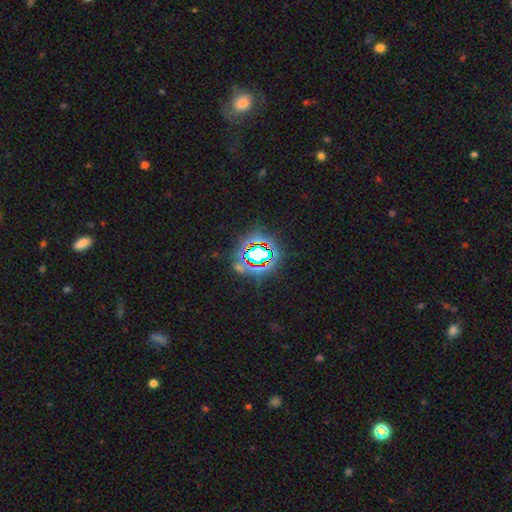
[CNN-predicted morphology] A star or artifact, not a galaxy (72%).

Vote fractions:
- Smooth or featured? star or artifact: 72% / smooth: 16% / featured or disk: 12%